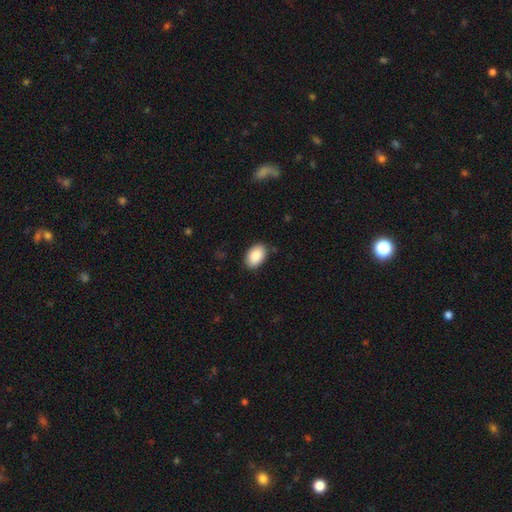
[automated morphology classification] The model was most divided on "merging": none: 86%, minor disturbance: 10%, major disturbance: 2%, merger: 1%. More confident: how rounded — in between (91%); smooth or featured — smooth (89%).